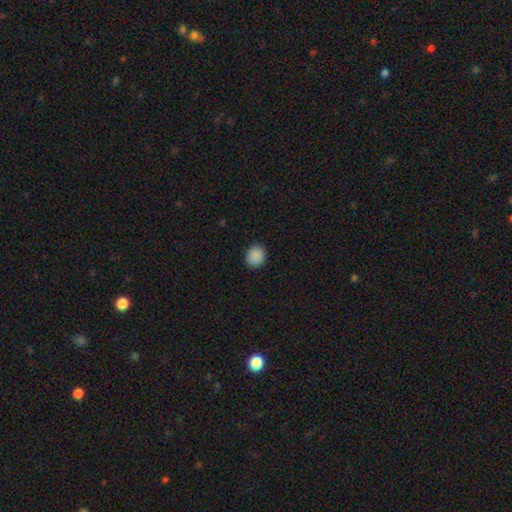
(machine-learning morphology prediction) smooth-or-featured: smooth: 89% | star or artifact: 9% | featured or disk: 3%
  how-rounded: round: 78% | in between: 21% | cigar-shaped: 1%
  merging: none: 90% | minor disturbance: 7% | major disturbance: 2% | merger: 1%